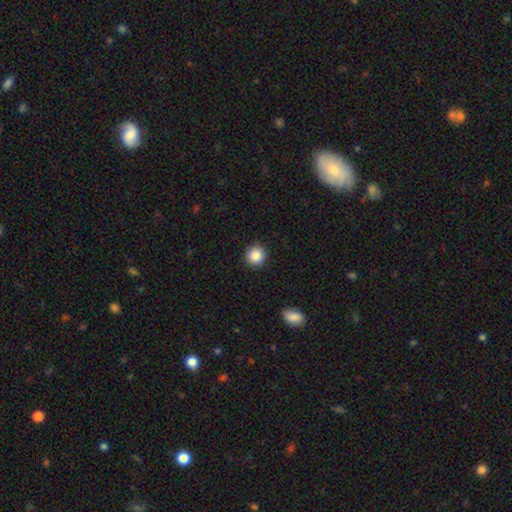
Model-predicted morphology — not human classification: Smooth or featured: smooth — 86% (star or artifact — 9%)
How rounded: round — 93% (in between — 6%)
Merging: none — 93% (minor disturbance — 5%)